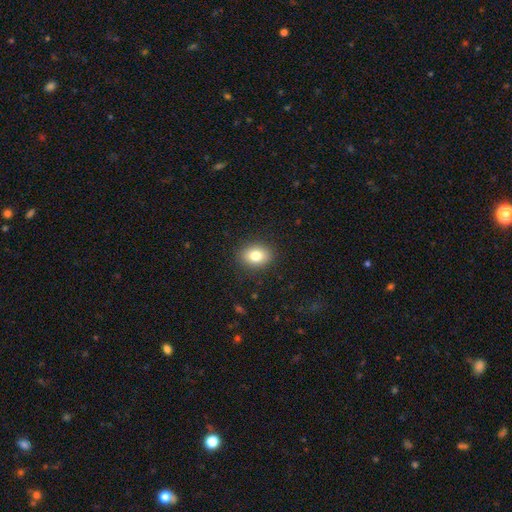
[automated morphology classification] Overall: smooth (80%). How rounded: in between (59%; round 40%). Merging: none (89%).